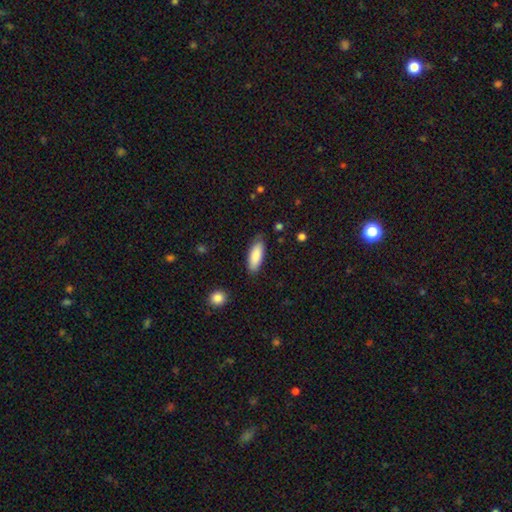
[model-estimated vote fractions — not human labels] A smooth galaxy with no disk features (86%) that is in between round and cigar-shaped (66%).

Vote fractions:
- Smooth or featured? smooth: 86% / featured or disk: 8% / star or artifact: 6%
- How rounded? in between: 66% / cigar-shaped: 32% / round: 2%
- Merging? none: 82% / minor disturbance: 14% / major disturbance: 3% / merger: 2%